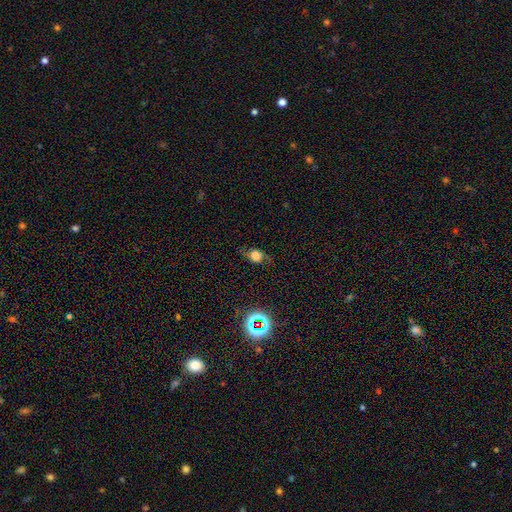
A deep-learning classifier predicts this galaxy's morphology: Q: Smooth or featured?
A: smooth (46%); runner-up: featured or disk (35%)
Q: Merging?
A: none (67%); runner-up: minor disturbance (20%)